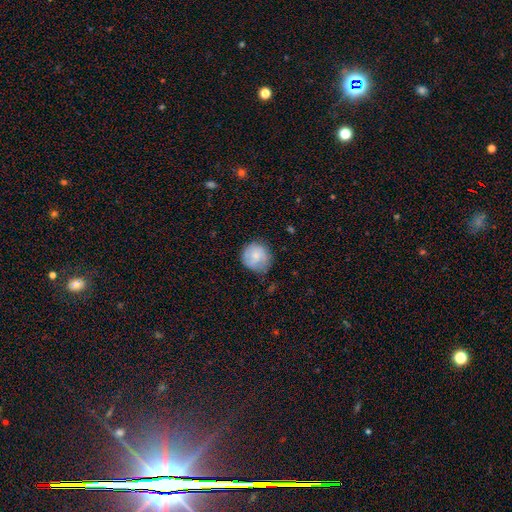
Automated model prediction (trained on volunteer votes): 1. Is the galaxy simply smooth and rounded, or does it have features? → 64% smooth, 29% featured or disk, 7% star or artifact.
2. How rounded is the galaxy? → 87% round, 12% in between, 1% cigar-shaped.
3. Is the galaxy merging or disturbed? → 65% none, 26% minor disturbance, 7% major disturbance, 2% merger.